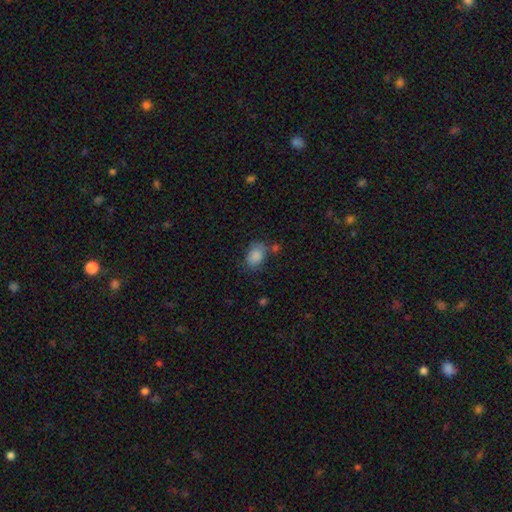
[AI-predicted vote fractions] Overall: smooth (85%). How rounded: in between (75%). Merging: none (59%; minor disturbance 23%).